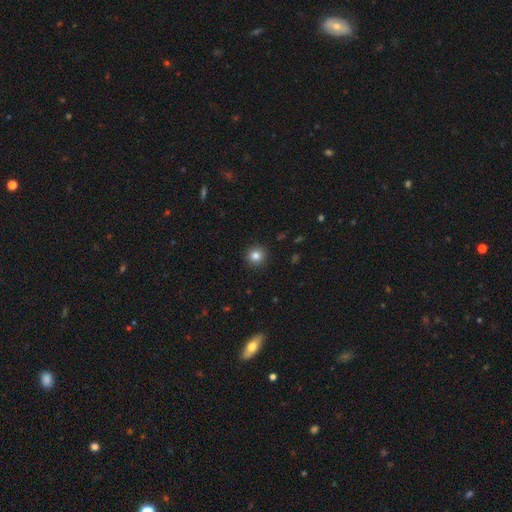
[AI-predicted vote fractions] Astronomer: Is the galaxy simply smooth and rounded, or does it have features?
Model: smooth — 83%.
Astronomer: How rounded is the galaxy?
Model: round — 94%.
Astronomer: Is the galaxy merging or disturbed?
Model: none — 93%.